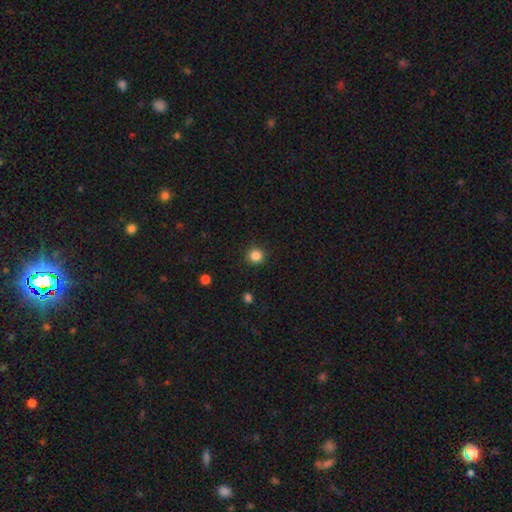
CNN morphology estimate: A smooth galaxy with no disk features (85%) that is round (92%). Merging: none (91%).